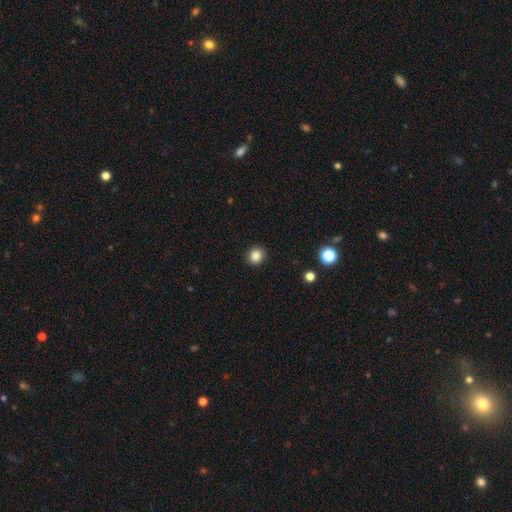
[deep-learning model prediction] smooth-or-featured: smooth: 85% | star or artifact: 11% | featured or disk: 4%
  how-rounded: round: 82% | in between: 17% | cigar-shaped: 1%
  merging: none: 91% | minor disturbance: 6% | major disturbance: 2% | merger: 1%